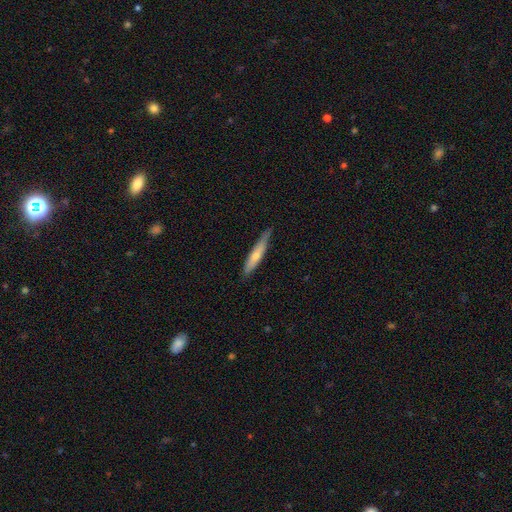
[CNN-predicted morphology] type=featured or disk (49%); merging=none (83%).